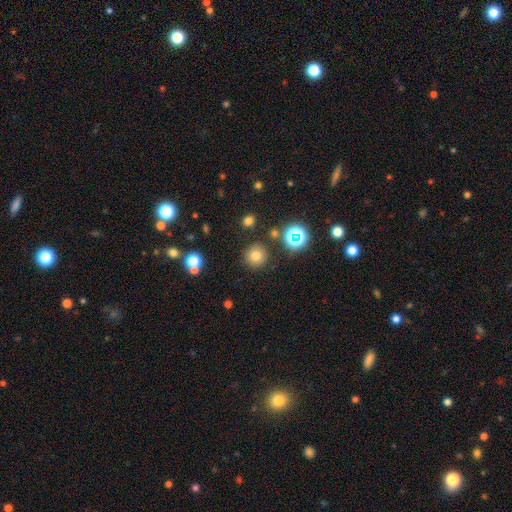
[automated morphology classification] This is likely a smooth galaxy (74%). How rounded: clearly round (94%). Merging: clearly none (86%).